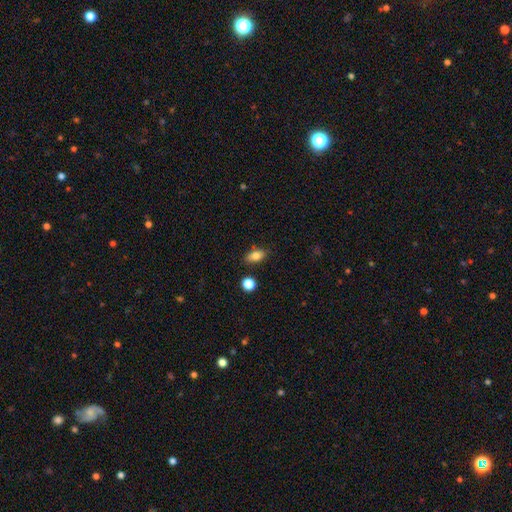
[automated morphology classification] The model was most divided on "merging": none: 81%, minor disturbance: 12%, merger: 4%, major disturbance: 3%. More confident: how rounded — in between (85%); smooth or featured — smooth (81%).